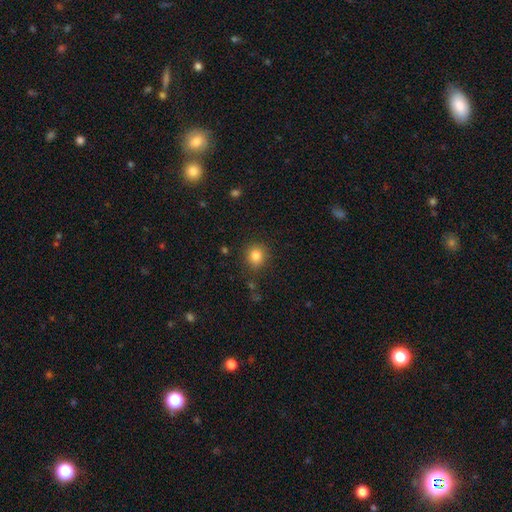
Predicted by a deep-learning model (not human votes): This appears to be a smooth galaxy with no disk features (84%) that is round (83%). Merging: none (84%).